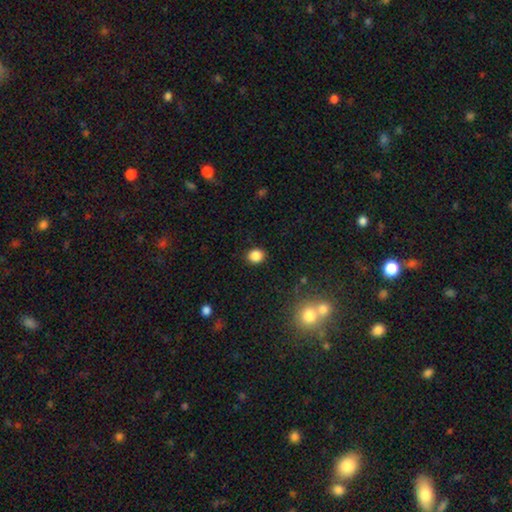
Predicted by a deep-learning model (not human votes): Smooth or featured?
  - smooth: 86% *
  - star or artifact: 11%
  - featured or disk: 3%
How rounded?
  - round: 72% *
  - in between: 27%
  - cigar-shaped: 1%
Merging?
  - none: 89% *
  - minor disturbance: 7%
  - major disturbance: 2%
  - merger: 1%